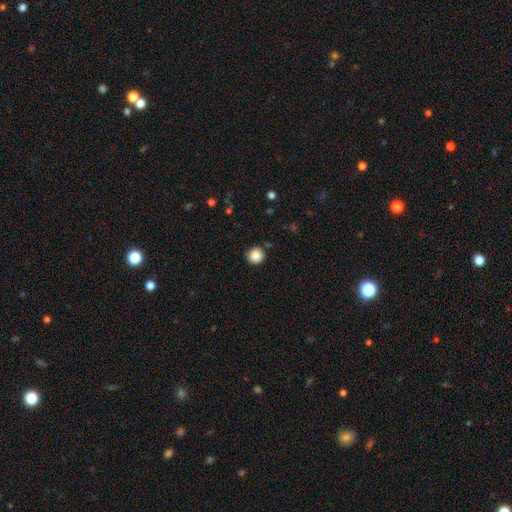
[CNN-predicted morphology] smooth-or-featured: smooth: 86% | star or artifact: 10% | featured or disk: 4%
  how-rounded: round: 95% | in between: 5% | cigar-shaped: 1%
  merging: none: 86% | minor disturbance: 9% | major disturbance: 2% | merger: 2%